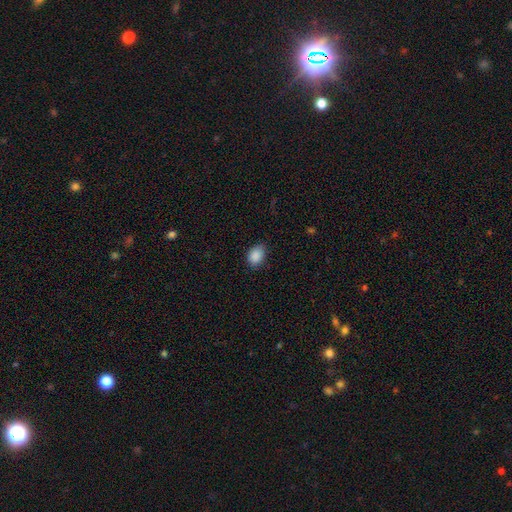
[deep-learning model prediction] smooth 89%, star or artifact 8%, featured or disk 3%. Down the decision tree: how rounded — in between (76%); merging — none (77%).